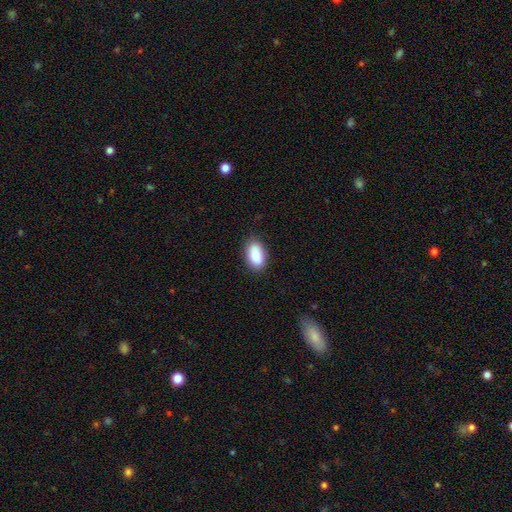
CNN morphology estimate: A smooth galaxy with no disk features (84%) that is in between round and cigar-shaped (92%). Merging: none (83%).